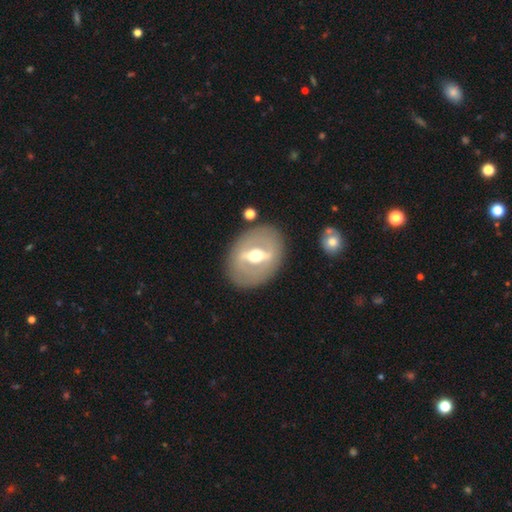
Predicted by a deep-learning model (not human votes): This is likely a featured or disk galaxy (74%). It is clearly not viewed edge-on (83%). Bar: likely strong (70%). Spiral arm pattern: likely no (80%). Central bulge: likely moderate (72%). Merging: clearly none (84%).